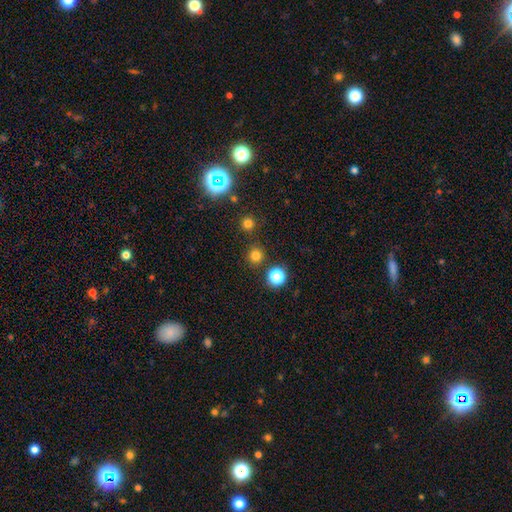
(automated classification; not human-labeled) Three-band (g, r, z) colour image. It shows a smooth galaxy with no disk features (75%) that is round (93%). Merging: none (86%).